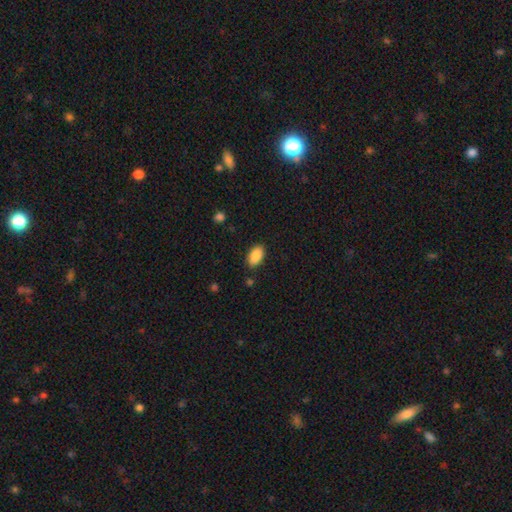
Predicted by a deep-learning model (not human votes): Smooth or featured? Predicted: smooth (p=0.90). How rounded? Predicted: in between (p=0.94). Merging? Predicted: none (p=0.86).